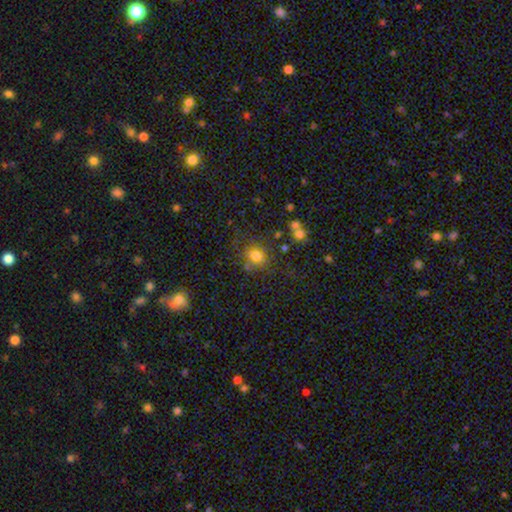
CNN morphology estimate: A smooth galaxy with no disk features (78%) that is round (73%).

Vote fractions:
- Smooth or featured? smooth: 78% / star or artifact: 14% / featured or disk: 8%
- How rounded? round: 73% / in between: 26% / cigar-shaped: 1%
- Merging? none: 71% / minor disturbance: 15% / merger: 8% / major disturbance: 6%